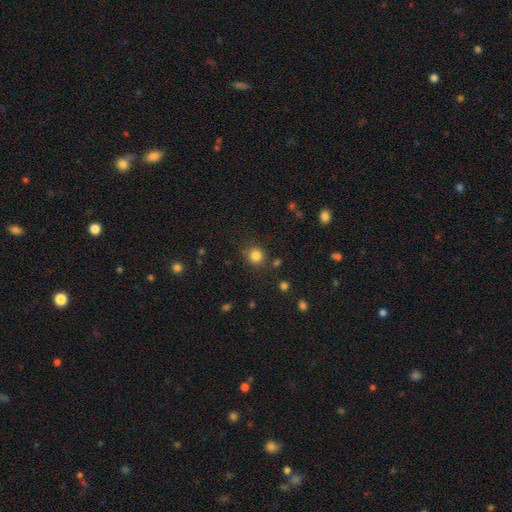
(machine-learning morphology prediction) smooth-or-featured: smooth: 83% | star or artifact: 12% | featured or disk: 4%
  how-rounded: round: 89% | in between: 10% | cigar-shaped: 1%
  merging: none: 83% | minor disturbance: 10% | merger: 4% | major disturbance: 4%